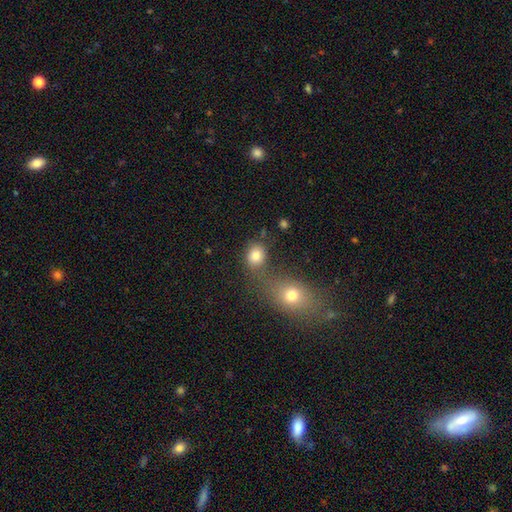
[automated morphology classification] smooth-or-featured: smooth: 81% | star or artifact: 12% | featured or disk: 8%
  how-rounded: round: 62% | in between: 37% | cigar-shaped: 1%
  merging: none: 50% | merger: 35% | minor disturbance: 10% | major disturbance: 6%